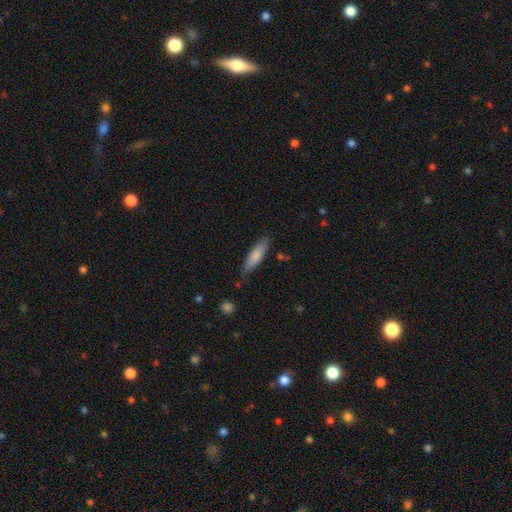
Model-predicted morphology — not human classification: Q: Smooth or featured?
A: smooth (79%); runner-up: featured or disk (15%)
Q: How rounded?
A: cigar-shaped (65%); runner-up: in between (34%)
Q: Merging?
A: none (77%); runner-up: minor disturbance (17%)